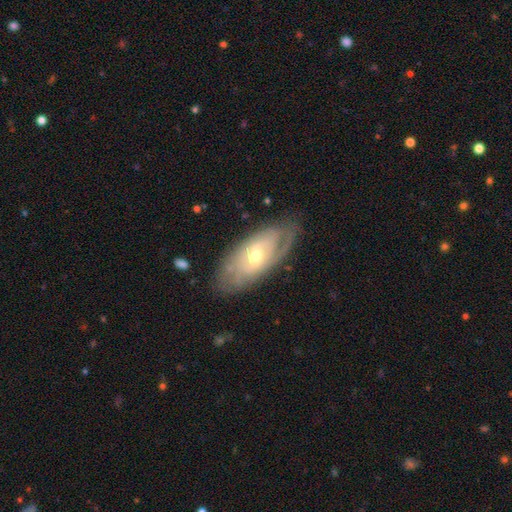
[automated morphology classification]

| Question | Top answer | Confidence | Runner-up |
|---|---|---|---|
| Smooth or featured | featured or disk | 73% | smooth (21%) |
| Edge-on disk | no | 88% | yes (12%) |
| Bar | no | 50% | weak (39%) |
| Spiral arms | yes | 81% | no (19%) |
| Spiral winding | tight | 61% | medium (29%) |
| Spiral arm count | can't tell | 48% | 2 (33%) |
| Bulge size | moderate | 53% | small (42%) |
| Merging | none | 76% | minor disturbance (17%) |